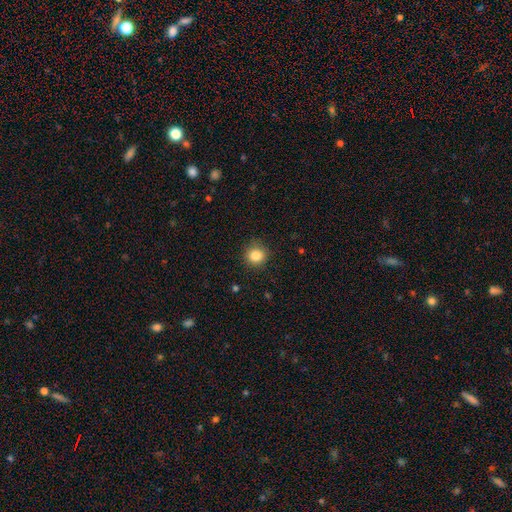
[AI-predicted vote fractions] This appears to be a smooth galaxy with no disk features (85%) that is round (89%). Merging: none (87%).